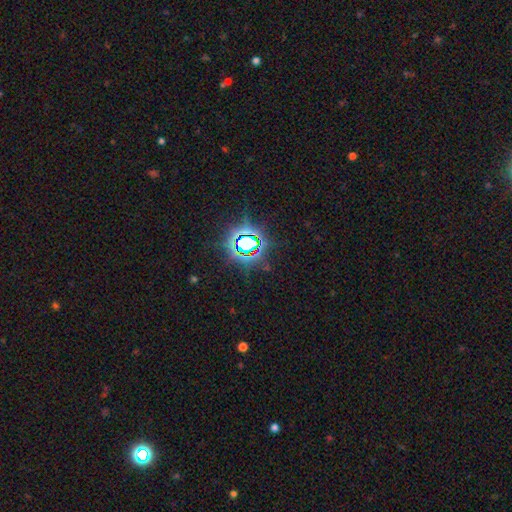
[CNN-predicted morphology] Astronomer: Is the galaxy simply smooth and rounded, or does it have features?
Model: star or artifact — 84%.